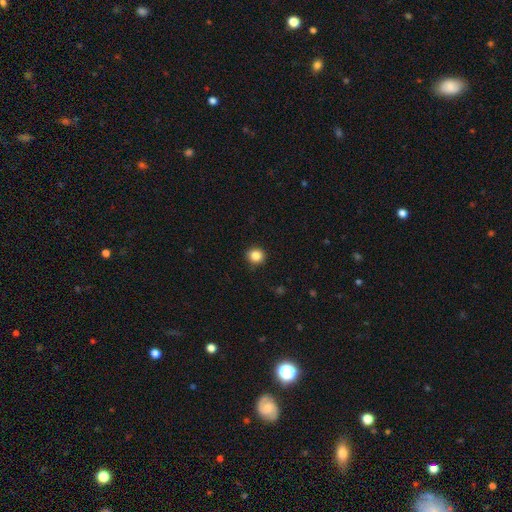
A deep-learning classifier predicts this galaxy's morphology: This appears to be a smooth galaxy with no disk features (85%) that is round (89%). Merging: none (91%).